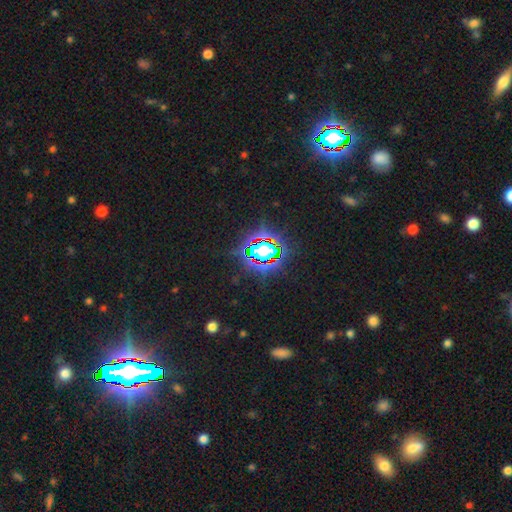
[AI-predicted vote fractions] A star or artifact, not a galaxy (80%).